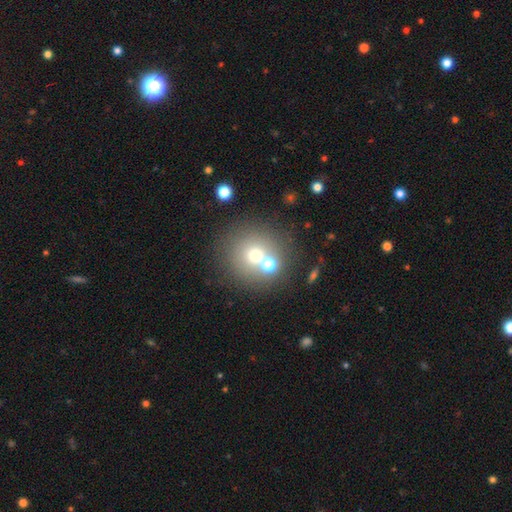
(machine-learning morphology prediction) smooth_or_featured: smooth (p=0.66) [alt: featured or disk p=0.18]
how_rounded: round (p=0.91) [alt: in between p=0.08]
merging: none (p=0.59) [alt: merger p=0.30]